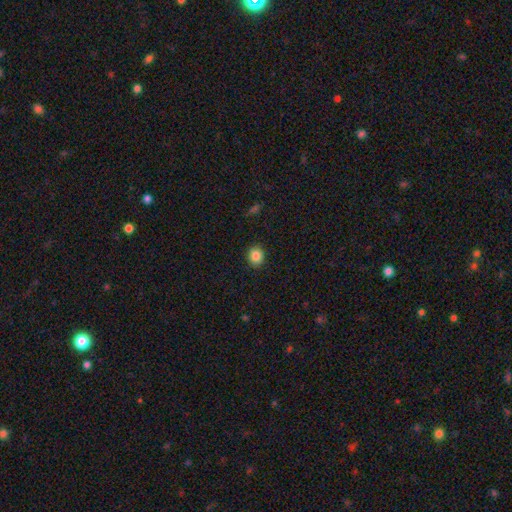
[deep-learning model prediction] Smooth or featured? smooth (85%)
How rounded? round (79%)
Merging? none (90%)